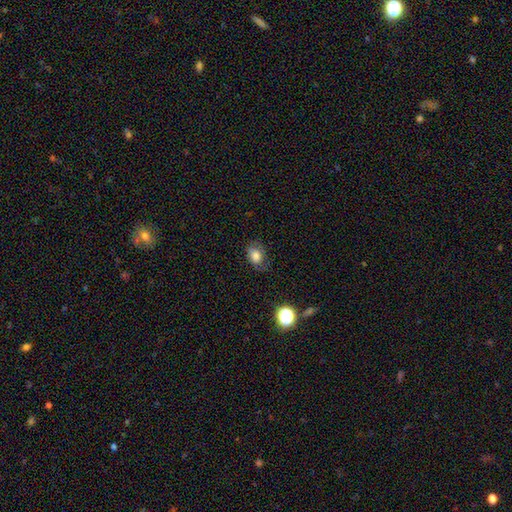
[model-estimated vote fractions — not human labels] smooth_or_featured: smooth (p=0.73) [alt: featured or disk p=0.17]
how_rounded: in between (p=0.71) [alt: round p=0.28]
merging: none (p=0.64) [alt: minor disturbance p=0.24]